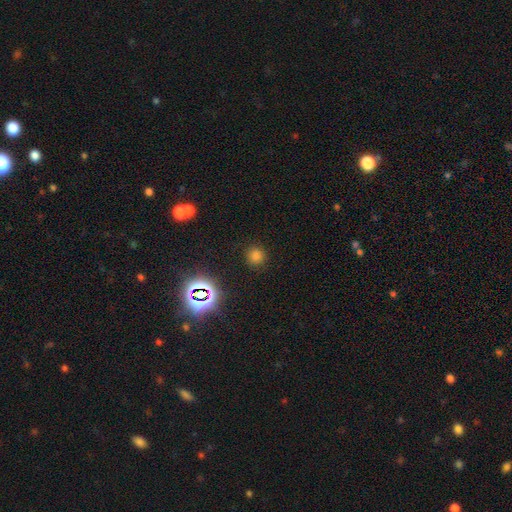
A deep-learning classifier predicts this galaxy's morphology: A smooth galaxy with no disk features (73%) that is round (89%). Merging: none (87%).